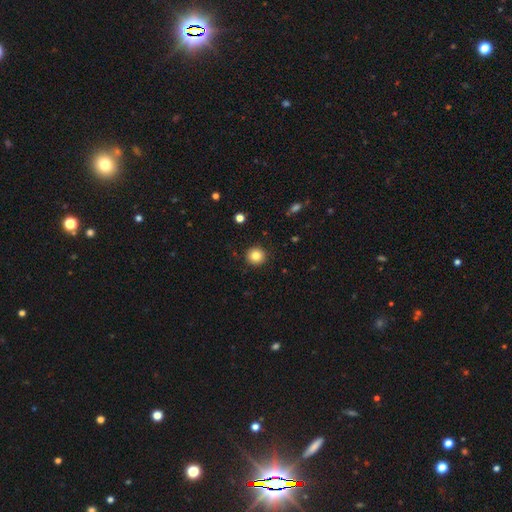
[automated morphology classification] smooth_or_featured: smooth (p=0.84) [alt: star or artifact p=0.11]
how_rounded: round (p=0.94) [alt: in between p=0.05]
merging: none (p=0.92) [alt: minor disturbance p=0.06]